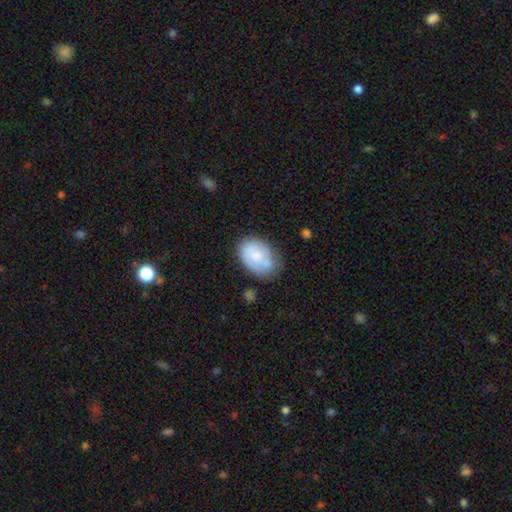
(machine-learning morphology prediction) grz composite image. It shows a smooth galaxy with no disk features (50%) that is in between round and cigar-shaped (79%). Merging: none (58%).